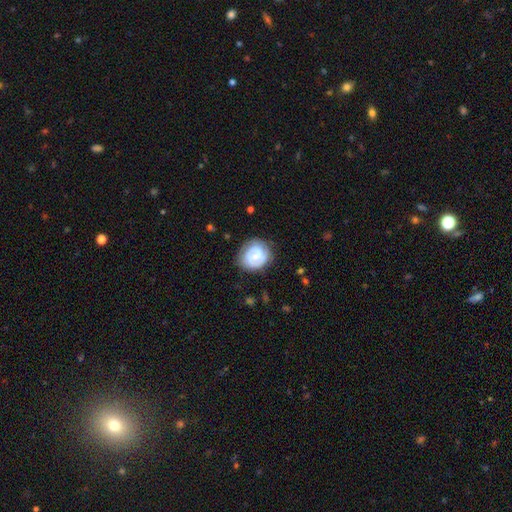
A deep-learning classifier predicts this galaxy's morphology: Smooth or featured? featured or disk (56%)
Edge-on disk? no (98%)
Bar? no (49%)
Spiral arms? yes (79%)
Bulge size? small (40%)
Merging? none (72%)